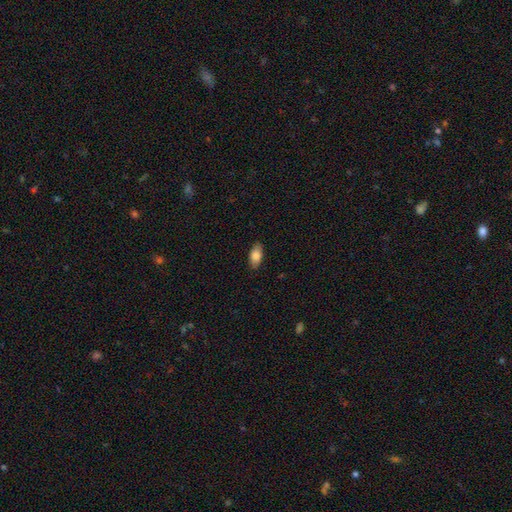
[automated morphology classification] Smooth or featured? Predicted: smooth (p=0.83). How rounded? Predicted: in between (p=0.89). Merging? Predicted: none (p=0.86).